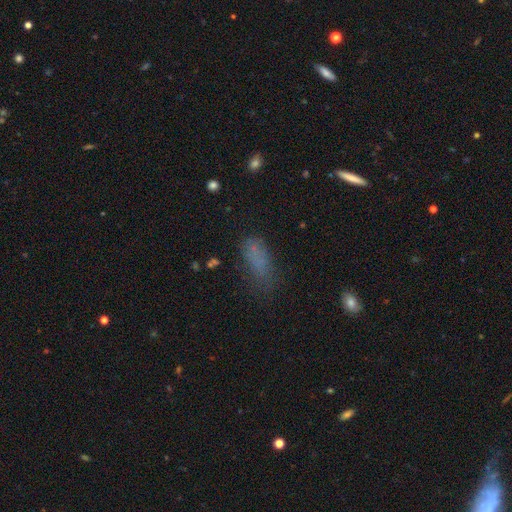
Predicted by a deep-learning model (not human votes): Morphology: type=smooth (69%); roundness=in between (76%); merging=none (46%).